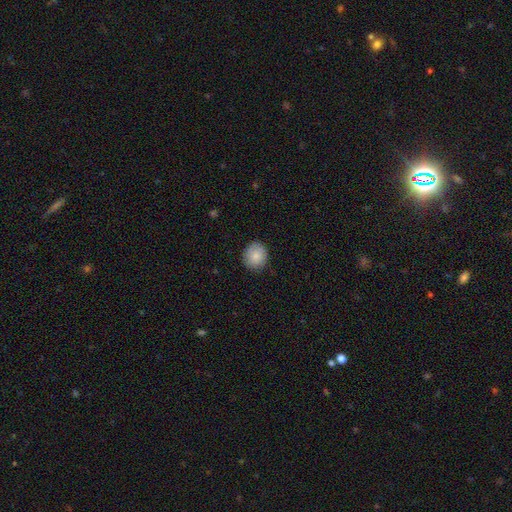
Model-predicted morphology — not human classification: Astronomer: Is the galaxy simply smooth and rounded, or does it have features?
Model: smooth — 85%.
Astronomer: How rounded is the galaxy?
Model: round — 86%.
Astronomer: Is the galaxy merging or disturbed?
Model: none — 87%.